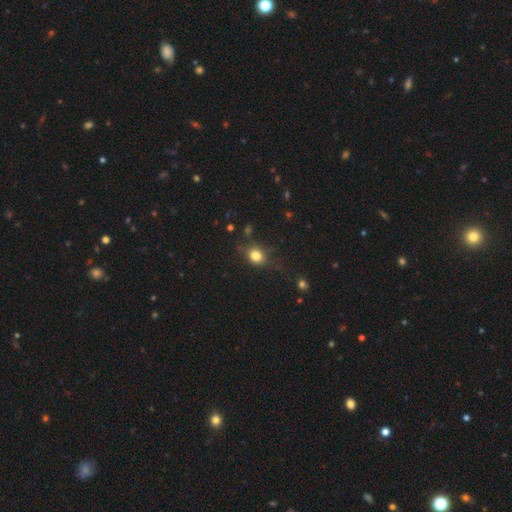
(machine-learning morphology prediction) smooth 80%, star or artifact 12%, featured or disk 8%. Down the decision tree: how rounded — round (57%); merging — none (65%).